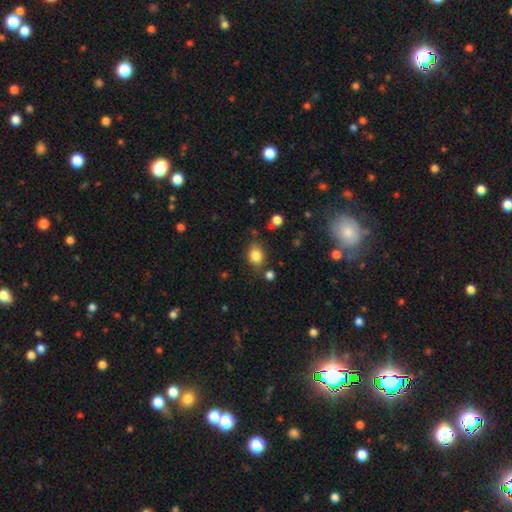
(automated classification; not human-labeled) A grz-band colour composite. It shows a smooth galaxy with no disk features (83%) that is in between round and cigar-shaped (53%). Merging: none (75%).